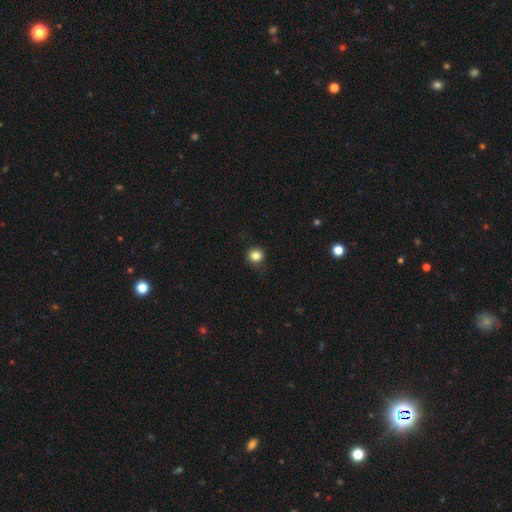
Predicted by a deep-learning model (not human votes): Q: Smooth or featured?
A: smooth (84%); runner-up: star or artifact (11%)
Q: How rounded?
A: round (88%); runner-up: in between (11%)
Q: Merging?
A: none (85%); runner-up: minor disturbance (12%)